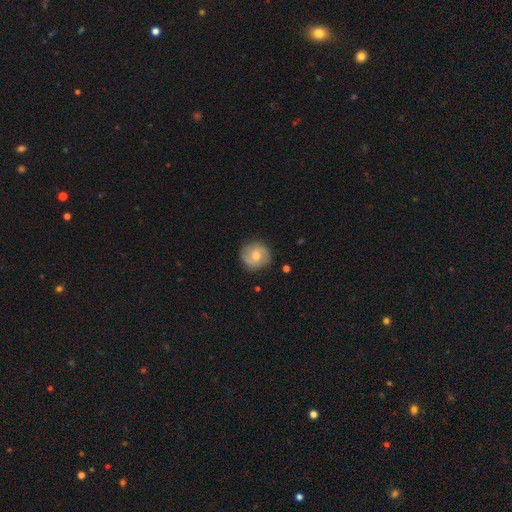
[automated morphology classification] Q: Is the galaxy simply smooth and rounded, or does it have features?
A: featured or disk — 48%.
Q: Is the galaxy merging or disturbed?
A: none — 84%.